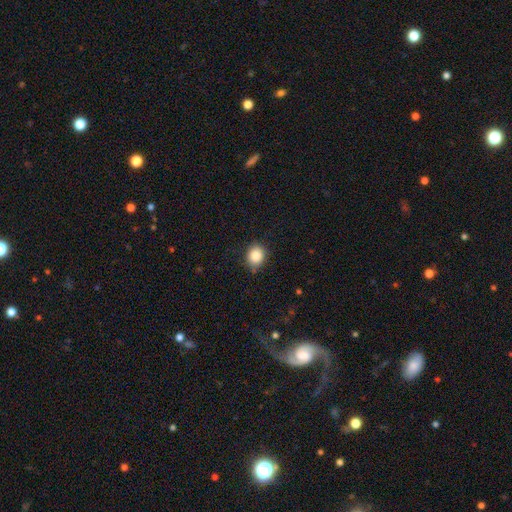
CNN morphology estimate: A smooth galaxy with no disk features (87%) that is round (63%). Merging: none (80%).